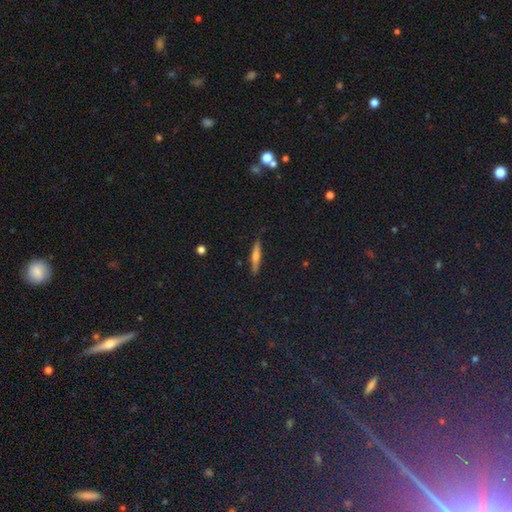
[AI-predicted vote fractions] smooth-or-featured: smooth: 45% (tied) | featured or disk: 45% (tied) | star or artifact: 10%
  merging: none: 88% | minor disturbance: 8% | major disturbance: 2% | merger: 1%